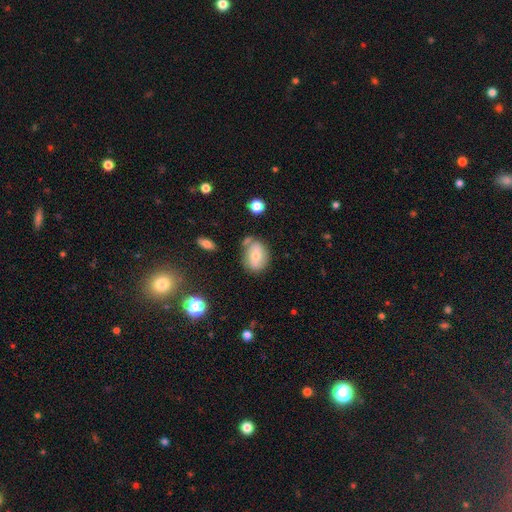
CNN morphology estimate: Smooth or featured? Predicted: smooth (p=0.60). How rounded? Predicted: in between (p=0.68). Merging? Predicted: none (p=0.61).